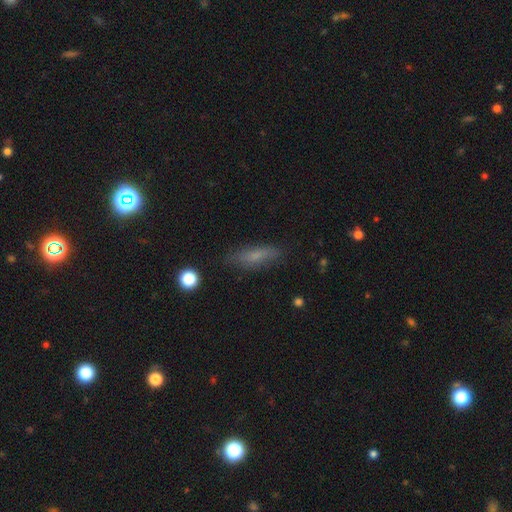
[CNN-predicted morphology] smooth 66%, featured or disk 23%, star or artifact 12%. Down the decision tree: how rounded — cigar-shaped (52%); merging — none (78%).